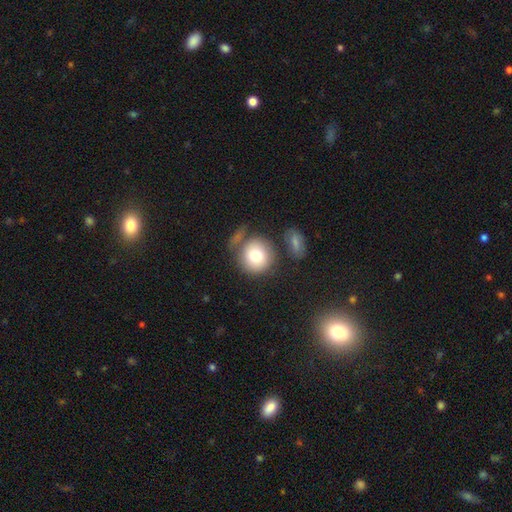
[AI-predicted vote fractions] smooth 77%, featured or disk 15%, star or artifact 8%. Down the decision tree: how rounded — round (90%); merging — none (60%).